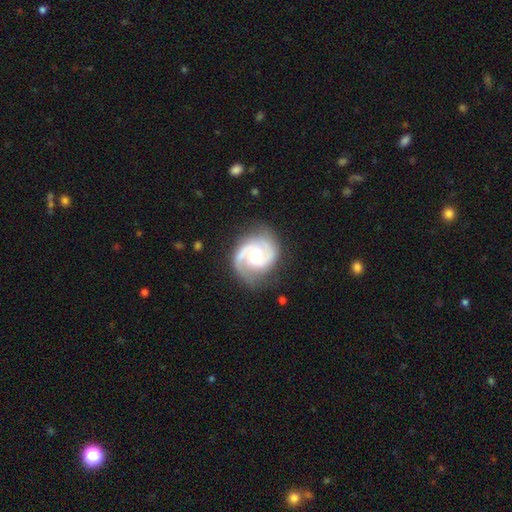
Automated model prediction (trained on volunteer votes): featured or disk 89%, smooth 7%, star or artifact 4%. Down the decision tree: edge-on disk — no (98%); bar — no (60%); spiral arms — yes (98%); spiral arm count — 2 (90%); spiral winding — medium (48%); bulge size — moderate (64%); merging — none (77%).